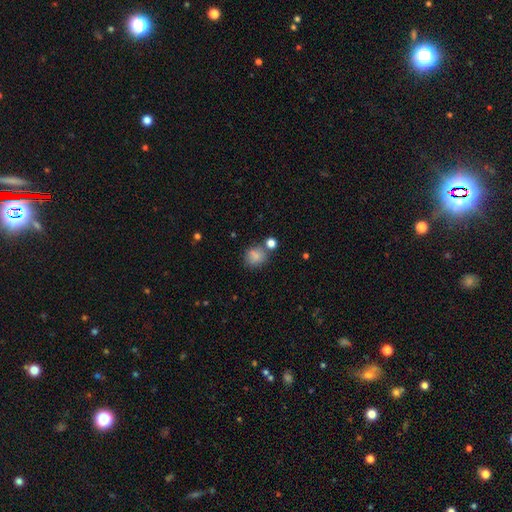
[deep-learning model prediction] Smooth or featured: smooth — 81% (star or artifact — 11%)
How rounded: round — 71% (in between — 28%)
Merging: none — 66% (merger — 15%)